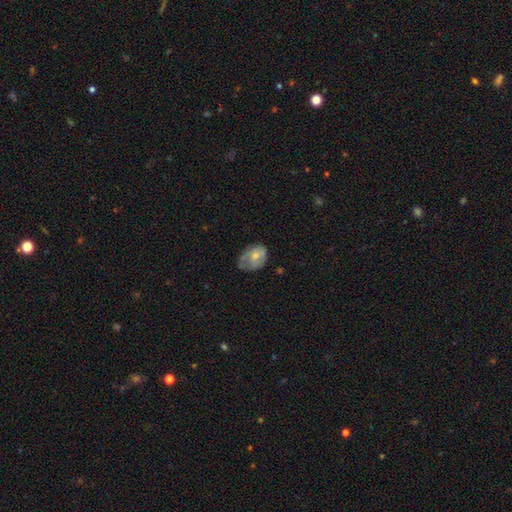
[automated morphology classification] A smooth galaxy with no disk features (56%) that is in between round and cigar-shaped (73%).

Vote fractions:
- Smooth or featured? smooth: 56% / featured or disk: 37% / star or artifact: 7%
- How rounded? in between: 73% / round: 26% / cigar-shaped: 1%
- Merging? none: 40% / minor disturbance: 36% / major disturbance: 22% / merger: 2%